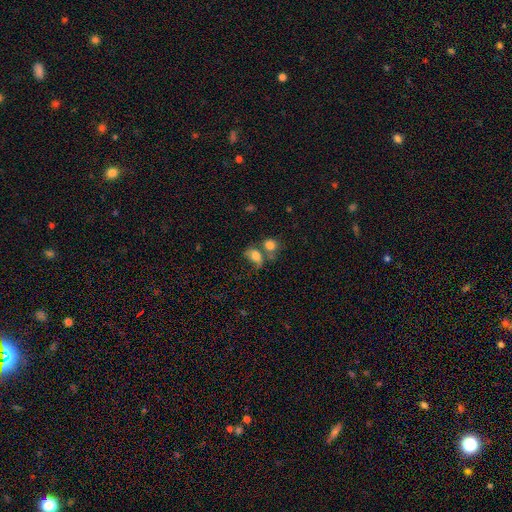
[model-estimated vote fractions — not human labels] Q: Smooth or featured?
A: smooth (74%); runner-up: featured or disk (16%)
Q: How rounded?
A: in between (73%); runner-up: round (24%)
Q: Merging?
A: merger (41%); runner-up: none (30%)